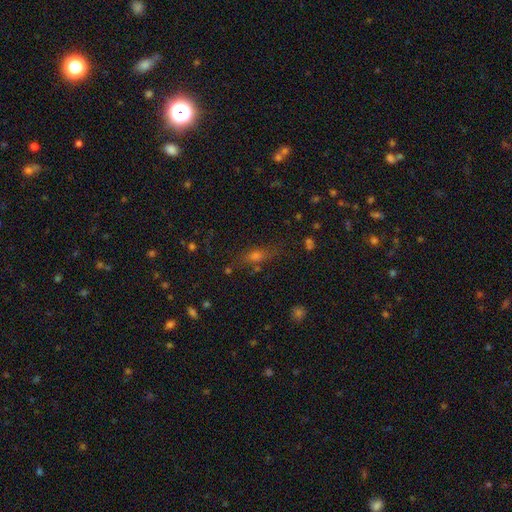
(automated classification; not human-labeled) Q: Smooth or featured?
A: smooth (53%); runner-up: star or artifact (26%)
Q: How rounded?
A: in between (52%); runner-up: cigar-shaped (33%)
Q: Merging?
A: none (70%); runner-up: minor disturbance (17%)